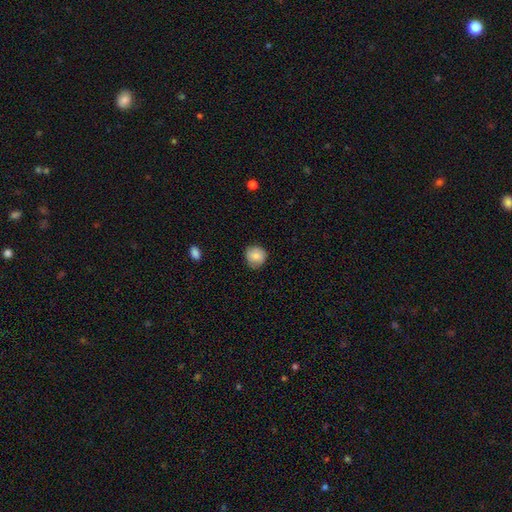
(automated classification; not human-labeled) A smooth galaxy with no disk features (84%) that is round (90%). Merging: none (81%).